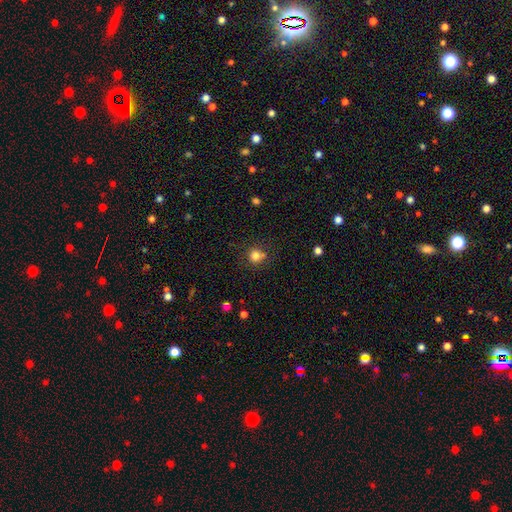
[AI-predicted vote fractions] A smooth galaxy with no disk features (80%) that is round (89%).

Vote fractions:
- Smooth or featured? smooth: 80% / star or artifact: 13% / featured or disk: 7%
- How rounded? round: 89% / in between: 10% / cigar-shaped: 1%
- Merging? none: 69% / merger: 14% / minor disturbance: 13% / major disturbance: 4%